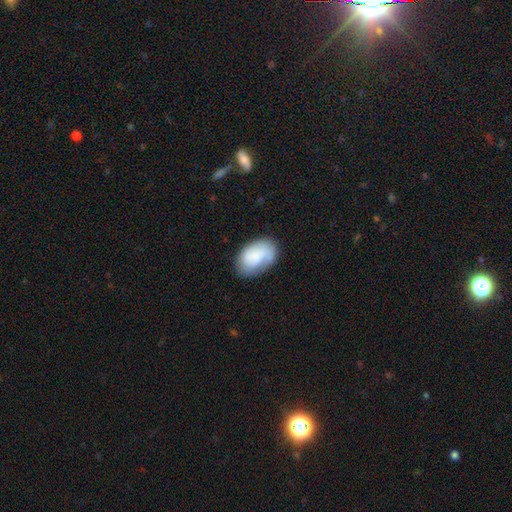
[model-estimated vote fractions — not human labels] This appears to be a smooth galaxy with no disk features (68%) that is in between round and cigar-shaped (89%). Merging: none (63%).